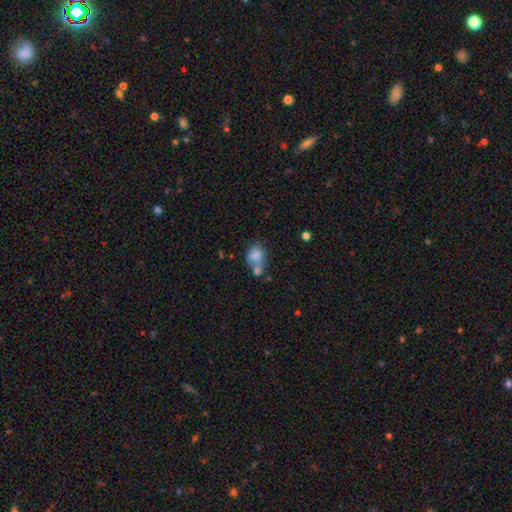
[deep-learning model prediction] Morphology: type=smooth (78%); roundness=round (51%); merging=merger (47%).